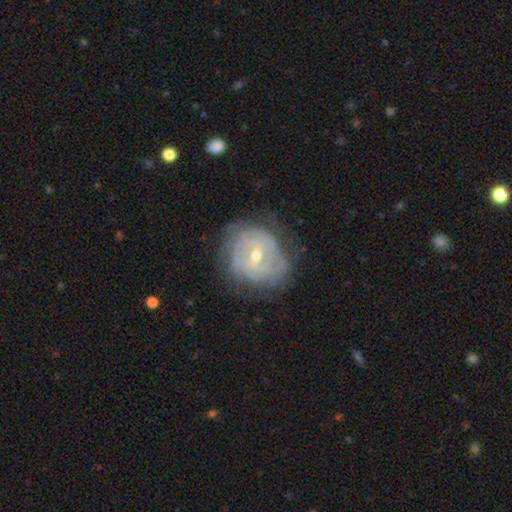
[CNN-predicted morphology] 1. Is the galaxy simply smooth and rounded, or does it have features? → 82% featured or disk, 12% smooth, 6% star or artifact.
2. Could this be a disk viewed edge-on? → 97% no, 3% yes.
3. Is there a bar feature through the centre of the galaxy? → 52% weak, 30% no, 19% strong.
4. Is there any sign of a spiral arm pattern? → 86% yes, 14% no.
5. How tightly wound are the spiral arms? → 75% tight, 19% medium, 6% loose.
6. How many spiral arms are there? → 52% can't tell, 17% 2, 13% 3, 10% 4, 5% more than 4, 5% 1.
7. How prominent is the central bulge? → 51% moderate, 46% small, 1% large, 1% none, 1% dominant.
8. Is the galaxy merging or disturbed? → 71% none, 19% minor disturbance, 8% major disturbance, 1% merger.